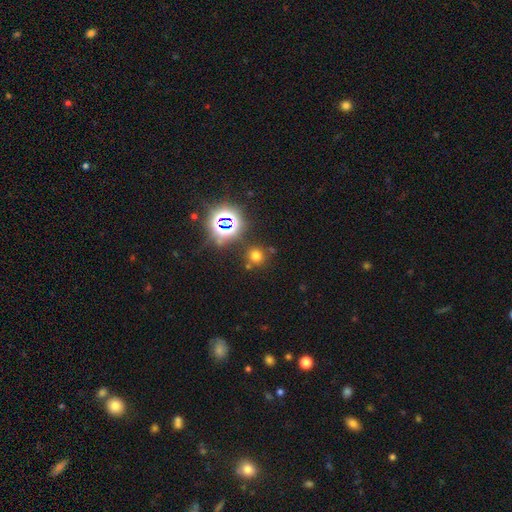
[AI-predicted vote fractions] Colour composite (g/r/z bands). It shows a smooth galaxy with no disk features (62%) that is round (90%). Merging: none (79%).